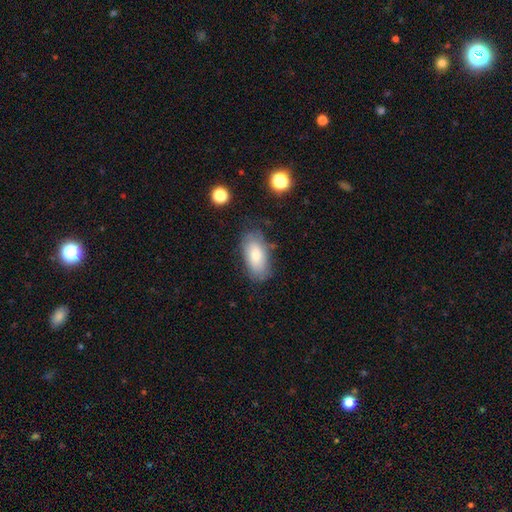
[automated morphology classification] Smooth or featured?
  - smooth: 75% *
  - featured or disk: 18%
  - star or artifact: 7%
How rounded?
  - in between: 91% *
  - cigar-shaped: 5%
  - round: 3%
Merging?
  - none: 72% *
  - minor disturbance: 20%
  - major disturbance: 6%
  - merger: 2%